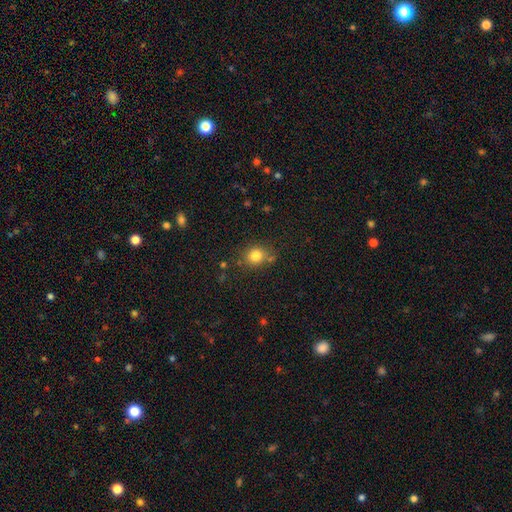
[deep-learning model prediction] Q: Smooth or featured?
A: smooth (81%); runner-up: star or artifact (12%)
Q: How rounded?
A: round (74%); runner-up: in between (25%)
Q: Merging?
A: none (76%); runner-up: minor disturbance (14%)